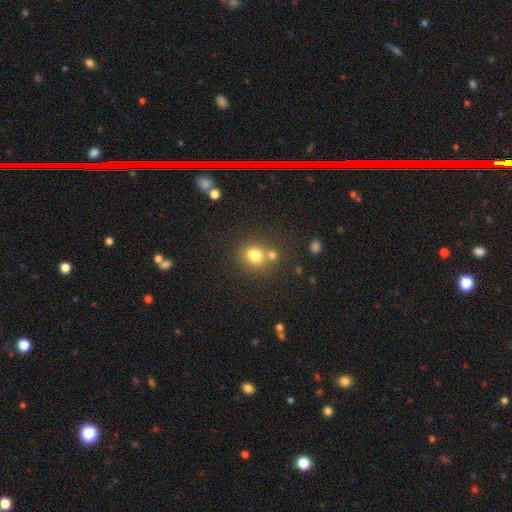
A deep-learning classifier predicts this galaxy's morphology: Overall: smooth (78%). How rounded: round (61%; in between 37%). Merging: none (54%; merger 32%).